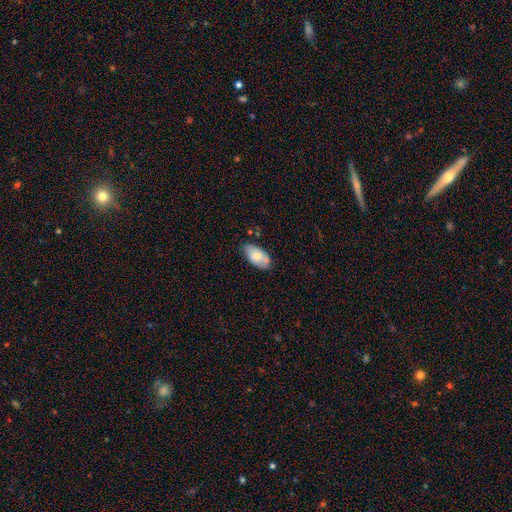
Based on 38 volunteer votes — A smooth galaxy with no disk features (68%) that is in between round and cigar-shaped (92%). Merging: none (69%).